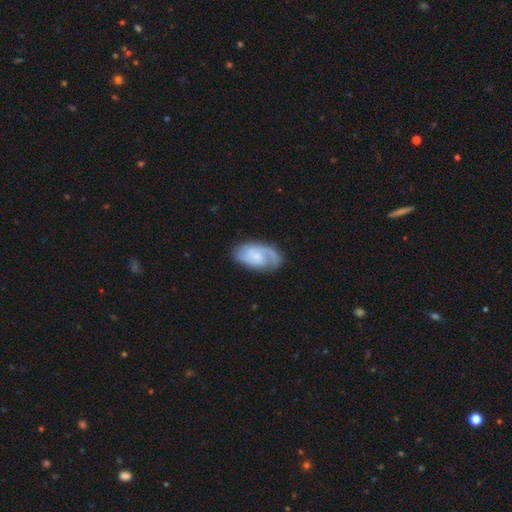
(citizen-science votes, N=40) Overall: featured or disk (82%). Edge-on disk: no (97%). Bar: weak (41%; no 38%). Spiral arms: yes (100%). Spiral arm count: 2 (78%). Spiral winding: medium (59%; tight 38%). Bulge size: small (38%; moderate 34%). Merging: none (75%).